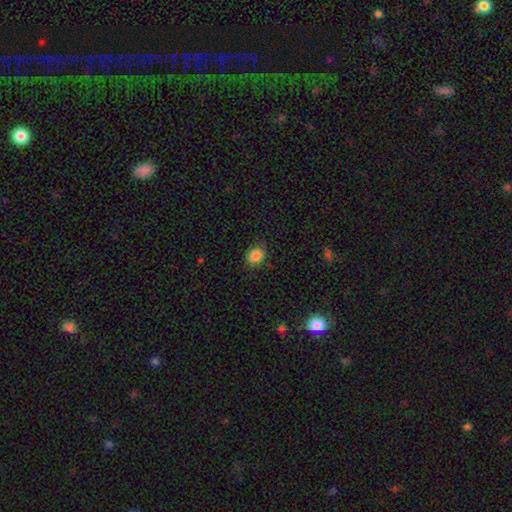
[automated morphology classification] This is clearly a smooth galaxy (86%). How rounded: likely round (66%). Merging: clearly none (82%).